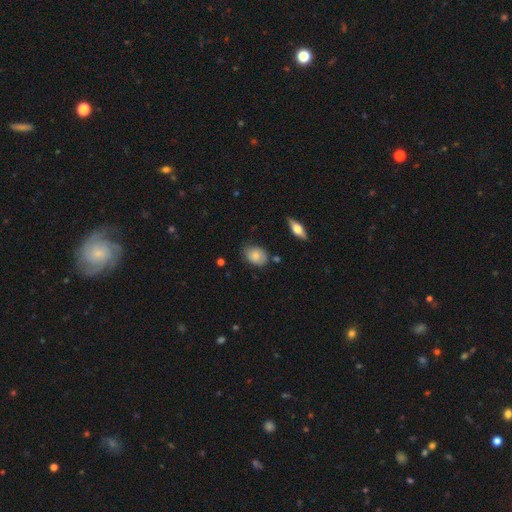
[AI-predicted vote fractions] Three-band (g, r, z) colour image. It shows a smooth galaxy with no disk features (79%) that is in between round and cigar-shaped (76%). Merging: none (70%).